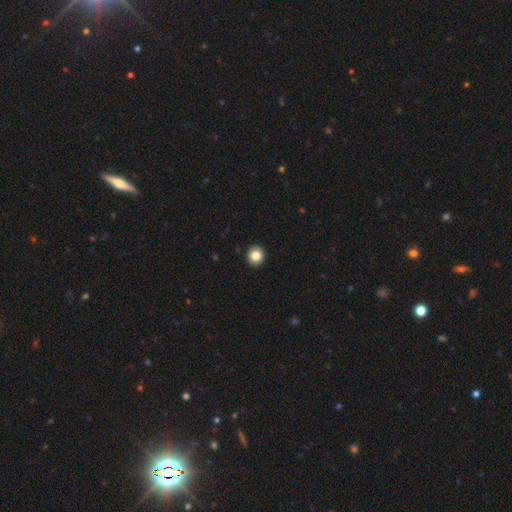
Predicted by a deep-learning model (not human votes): A smooth galaxy with no disk features (84%) that is round (91%).

Vote fractions:
- Smooth or featured? smooth: 84% / star or artifact: 10% / featured or disk: 6%
- How rounded? round: 91% / in between: 8% / cigar-shaped: 1%
- Merging? none: 93% / minor disturbance: 4% / major disturbance: 1% / merger: 1%